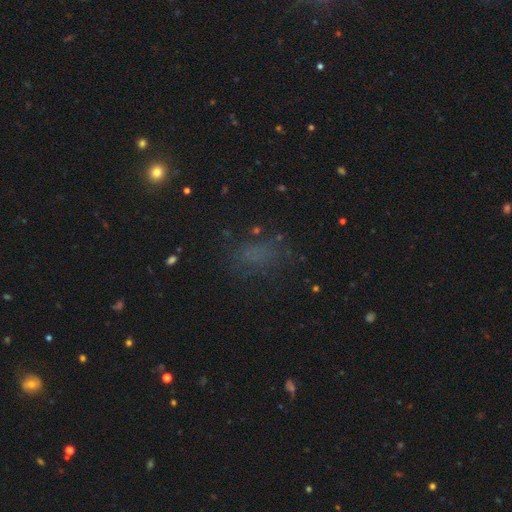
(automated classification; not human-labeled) smooth 56%, star or artifact 30%, featured or disk 15%. Down the decision tree: how rounded — in between (76%); merging — none (61%).